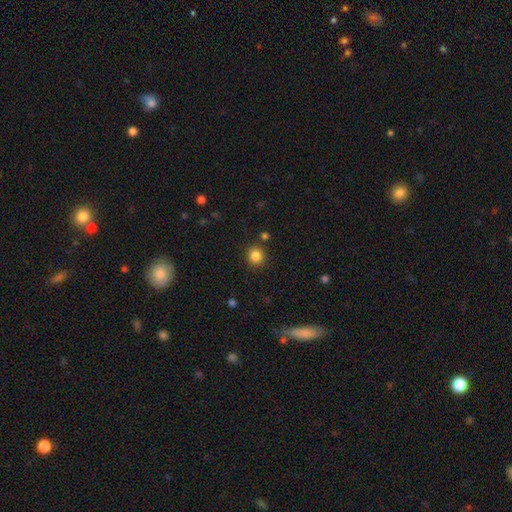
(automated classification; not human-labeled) This appears to be a smooth galaxy with no disk features (84%) that is round (89%). Merging: none (87%).